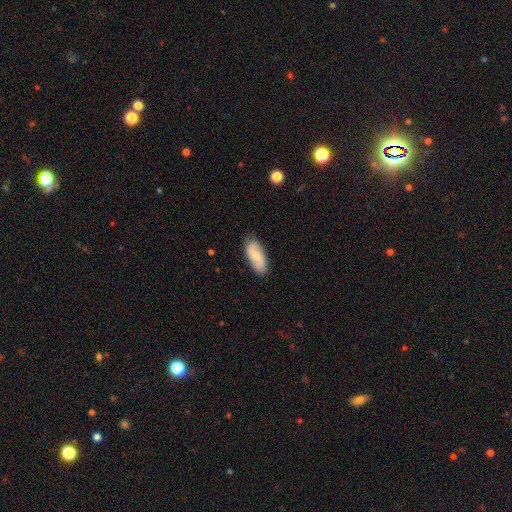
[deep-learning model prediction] smooth 58%, featured or disk 36%, star or artifact 6%. Down the decision tree: how rounded — in between (78%); merging — none (84%).